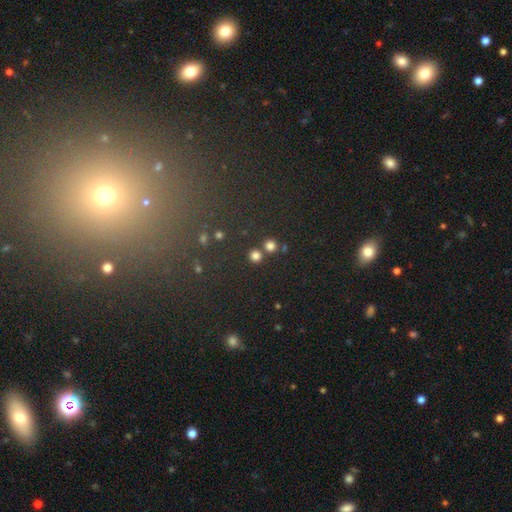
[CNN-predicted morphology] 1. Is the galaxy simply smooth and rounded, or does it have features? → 78% smooth, 17% star or artifact, 5% featured or disk.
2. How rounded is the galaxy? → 92% round, 7% in between, 1% cigar-shaped.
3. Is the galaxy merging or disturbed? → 78% none, 13% merger, 6% minor disturbance, 2% major disturbance.